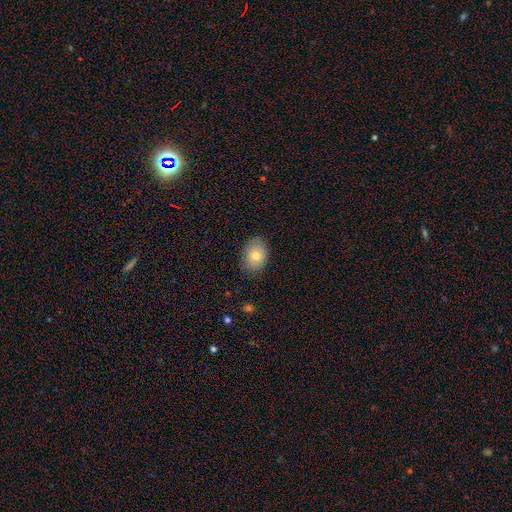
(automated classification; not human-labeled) A smooth galaxy with no disk features (75%) that is in between round and cigar-shaped (75%).

Vote fractions:
- Smooth or featured? smooth: 75% / featured or disk: 16% / star or artifact: 9%
- How rounded? in between: 75% / round: 24% / cigar-shaped: 1%
- Merging? none: 83% / minor disturbance: 13% / major disturbance: 3% / merger: 1%